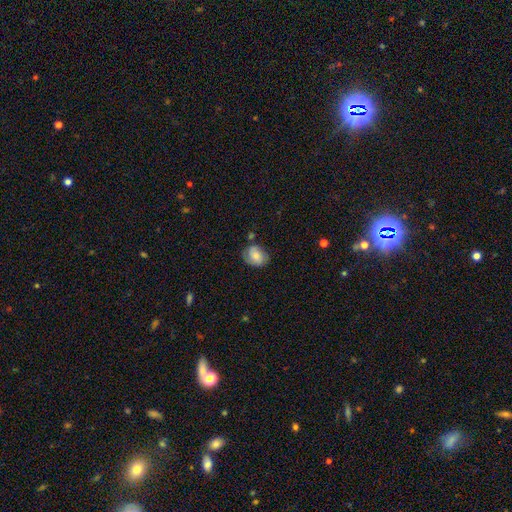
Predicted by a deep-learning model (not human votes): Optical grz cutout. It shows a smooth galaxy with no disk features (63%) that is in between round and cigar-shaped (58%). Merging: none (62%).